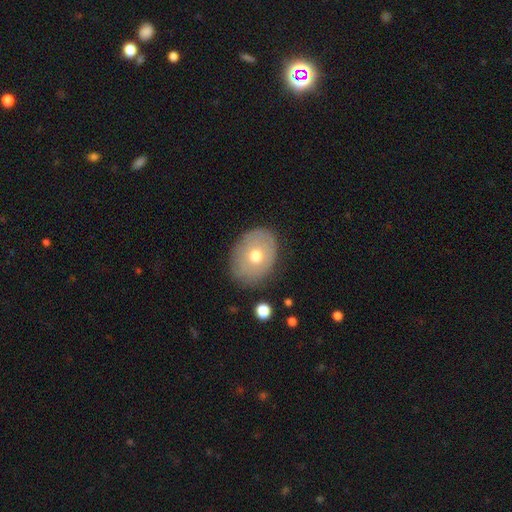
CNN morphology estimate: A smooth galaxy with no disk features (63%) that is in between round and cigar-shaped (68%).

Vote fractions:
- Smooth or featured? smooth: 63% / featured or disk: 29% / star or artifact: 8%
- How rounded? in between: 68% / round: 31% / cigar-shaped: 1%
- Merging? none: 82% / minor disturbance: 13% / major disturbance: 3% / merger: 1%